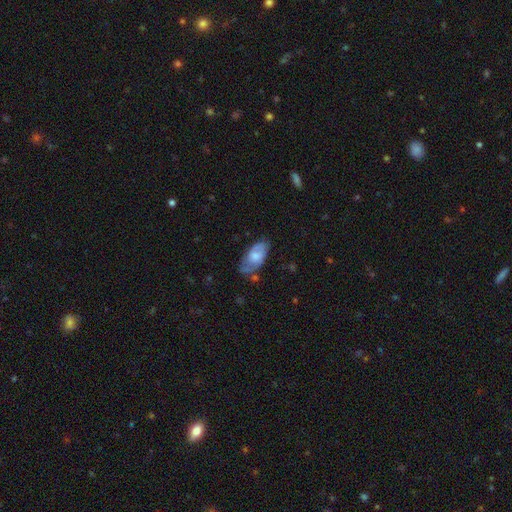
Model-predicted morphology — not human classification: smooth_or_featured: smooth (p=0.55) [alt: featured or disk p=0.38]
how_rounded: in between (p=0.92) [alt: cigar-shaped p=0.04]
merging: none (p=0.55) [alt: minor disturbance p=0.31]